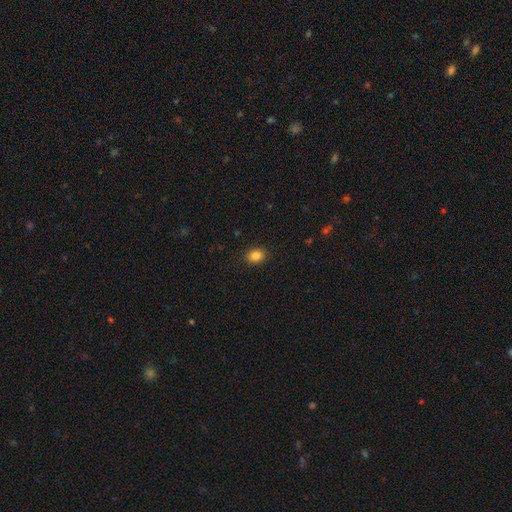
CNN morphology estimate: type=smooth (85%); roundness=in between (56%); merging=none (89%).